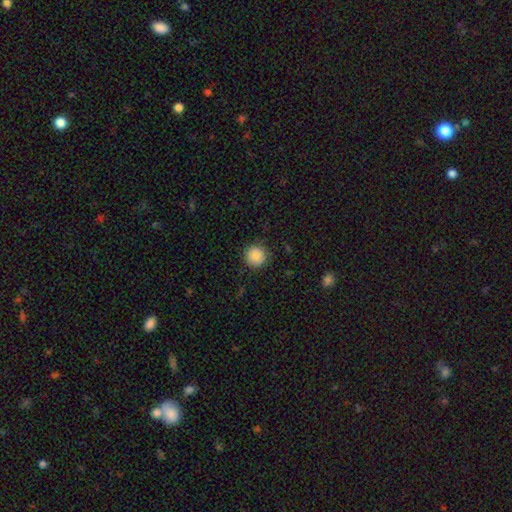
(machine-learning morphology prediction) Smooth or featured? smooth (86%)
How rounded? round (95%)
Merging? none (89%)